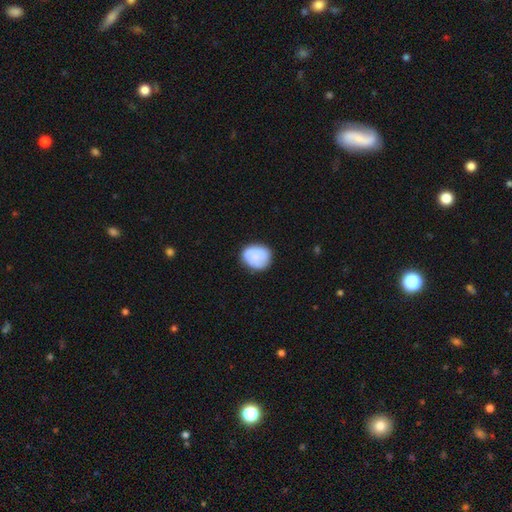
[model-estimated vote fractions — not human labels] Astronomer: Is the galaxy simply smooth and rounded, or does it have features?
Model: smooth — 82%.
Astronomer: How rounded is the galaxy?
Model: round — 61% (runner-up: in between, 38%).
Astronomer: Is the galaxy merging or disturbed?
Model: none — 76%.